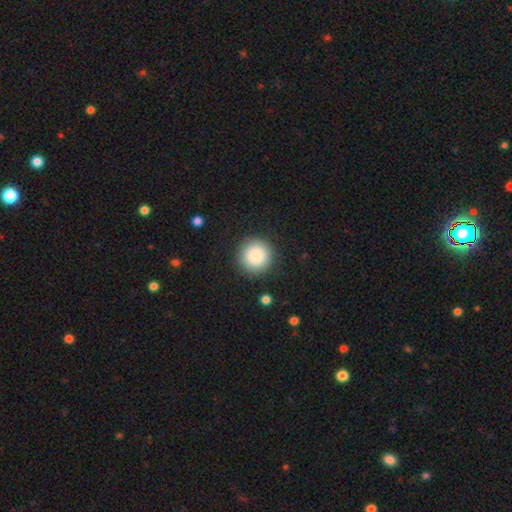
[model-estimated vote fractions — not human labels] Smooth or featured?
  - smooth: 87% *
  - star or artifact: 8%
  - featured or disk: 5%
How rounded?
  - round: 96% *
  - in between: 3%
  - cigar-shaped: 1%
Merging?
  - none: 90% *
  - minor disturbance: 6%
  - major disturbance: 2%
  - merger: 1%